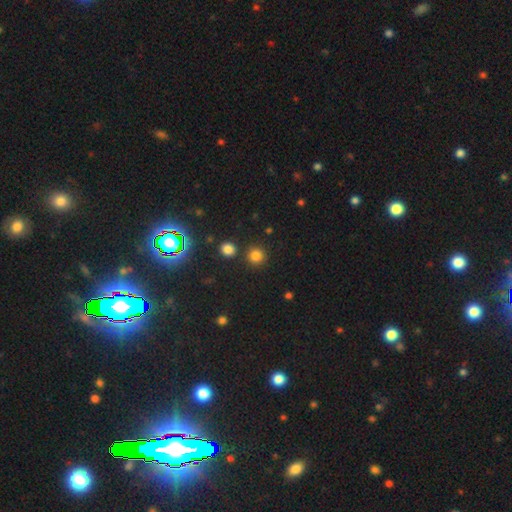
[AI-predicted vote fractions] This is likely a smooth galaxy (79%). How rounded: clearly round (93%). Merging: clearly none (86%).